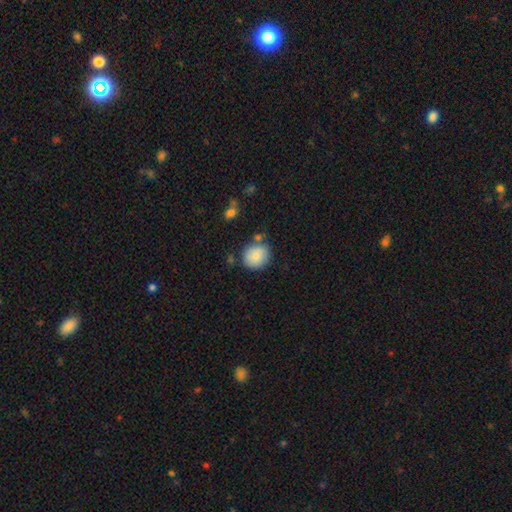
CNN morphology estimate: This appears to be a smooth galaxy with no disk features (84%) that is round (82%). Merging: none (72%).